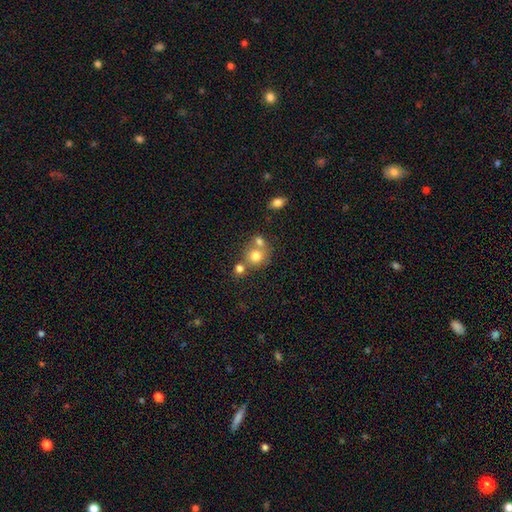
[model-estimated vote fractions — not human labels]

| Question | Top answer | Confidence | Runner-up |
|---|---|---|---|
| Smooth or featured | smooth | 74% | featured or disk (14%) |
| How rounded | round | 81% | in between (18%) |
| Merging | none | 46% | merger (41%) |